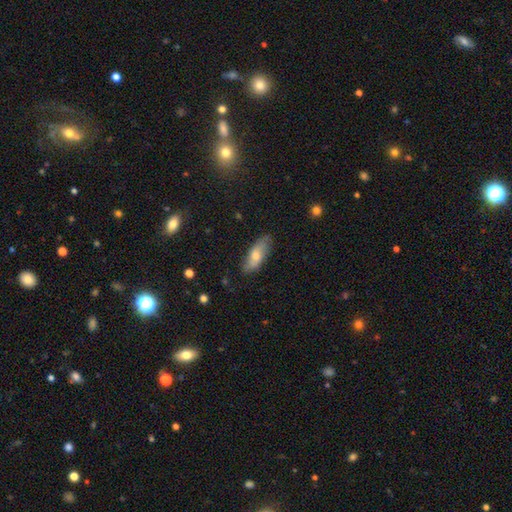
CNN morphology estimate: The model was most divided on "smooth or featured": smooth: 67%, featured or disk: 27%, star or artifact: 6%. More confident: merging — none (76%); how rounded — in between (71%).